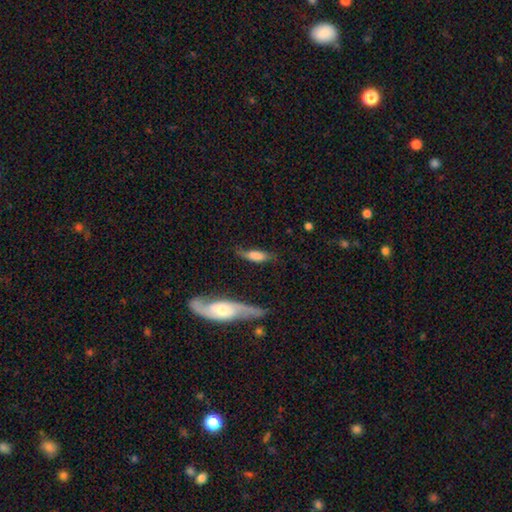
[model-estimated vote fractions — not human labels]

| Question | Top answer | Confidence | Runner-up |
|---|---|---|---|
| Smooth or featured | smooth | 63% | featured or disk (30%) |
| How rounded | in between | 55% | cigar-shaped (41%) |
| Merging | none | 51% | minor disturbance (28%) |